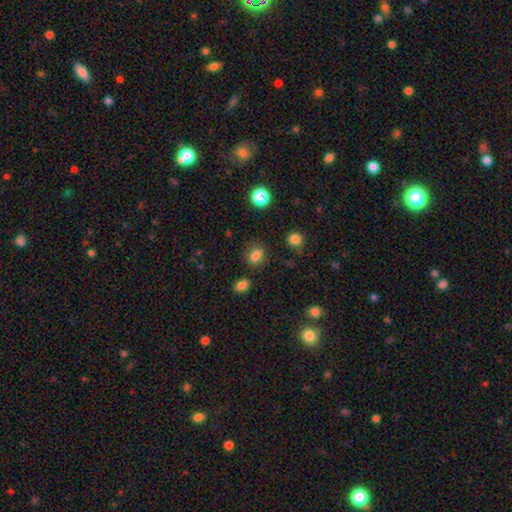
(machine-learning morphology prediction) smooth-or-featured: smooth: 79% | star or artifact: 15% | featured or disk: 6%
  how-rounded: in between: 61% | round: 38% | cigar-shaped: 2%
  merging: none: 76% | minor disturbance: 15% | major disturbance: 5% | merger: 4%